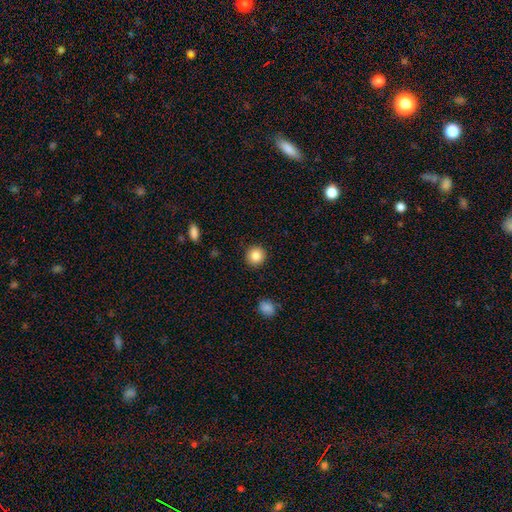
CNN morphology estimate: This appears to be a smooth galaxy with no disk features (85%) that is round (94%). Merging: none (92%).